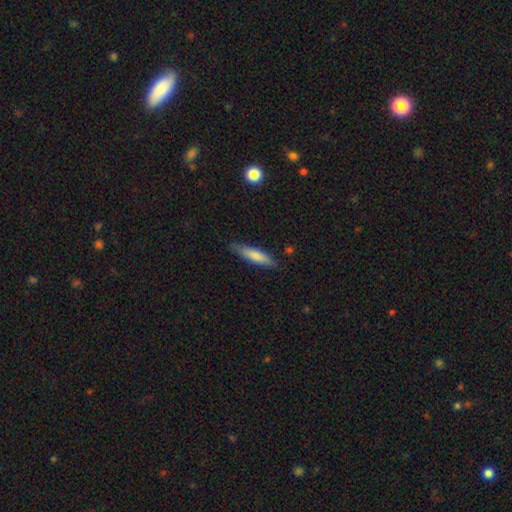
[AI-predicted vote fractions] Morphology: type=smooth (77%); roundness=cigar-shaped (79%); merging=none (83%).